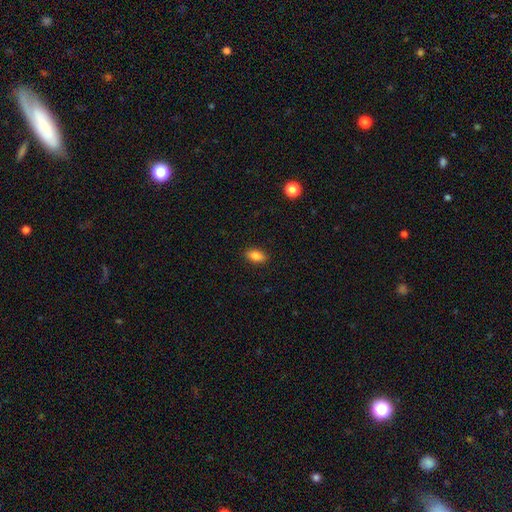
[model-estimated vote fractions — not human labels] Overall: smooth (86%). How rounded: in between (90%). Merging: none (89%).